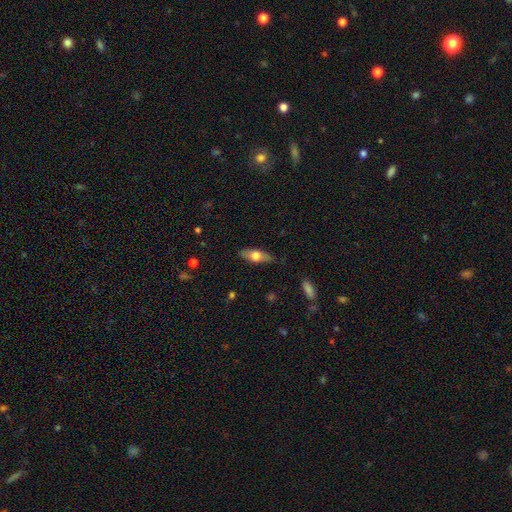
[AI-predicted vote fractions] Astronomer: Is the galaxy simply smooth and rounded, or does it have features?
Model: smooth — 61%.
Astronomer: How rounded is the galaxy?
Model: in between — 72%.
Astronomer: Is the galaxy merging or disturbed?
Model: none — 83%.